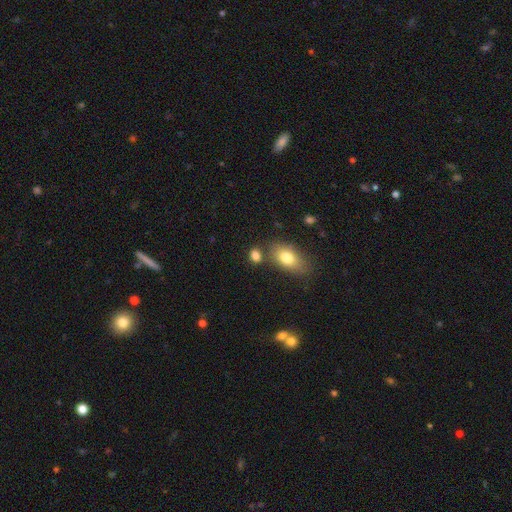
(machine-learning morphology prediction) Overall: smooth (83%). How rounded: in between (61%; round 36%). Merging: none (65%).